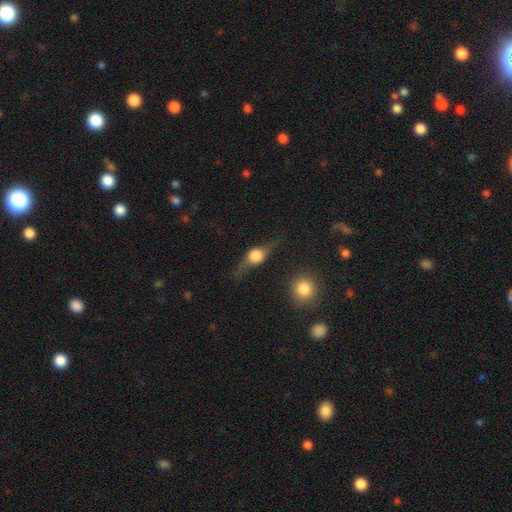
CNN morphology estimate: This is likely a featured or disk galaxy (63%). It is clearly viewed edge-on (87%). Edge-on bulge: clearly rounded (94%). Merging: likely none (64%).